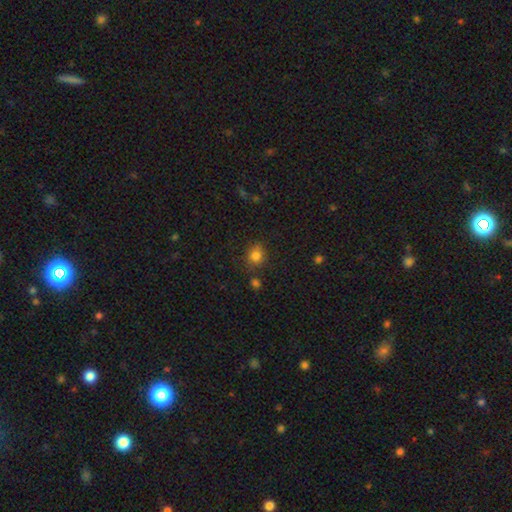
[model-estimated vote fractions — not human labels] smooth 79%, star or artifact 14%, featured or disk 7%. Down the decision tree: how rounded — round (67%); merging — none (73%).